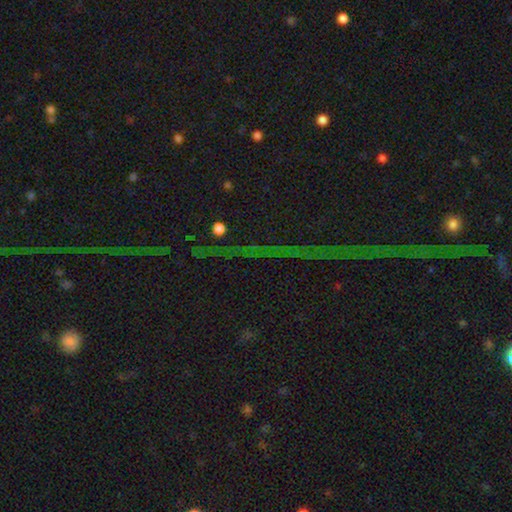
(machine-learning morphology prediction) This appears to be a star or artifact, not a galaxy (78%).